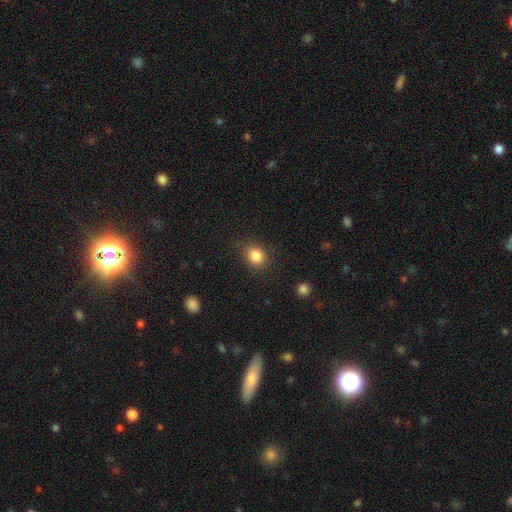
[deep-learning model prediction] The model was most divided on "how rounded": round: 67%, in between: 32%, cigar-shaped: 1%. More confident: smooth or featured — smooth (84%); merging — none (82%).